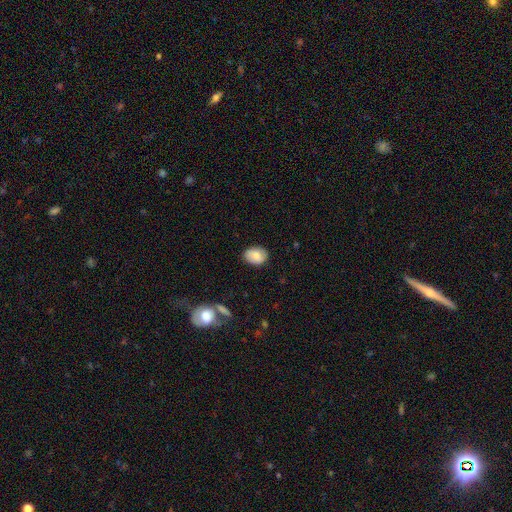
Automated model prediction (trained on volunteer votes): The model was most divided on "how rounded": in between: 65%, round: 34%, cigar-shaped: 1%. More confident: merging — none (83%); smooth or featured — smooth (78%).